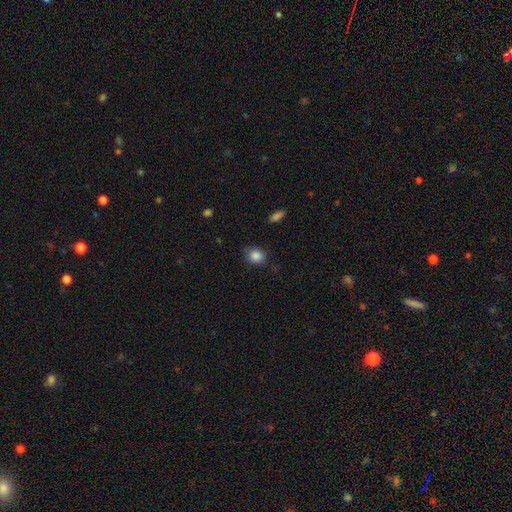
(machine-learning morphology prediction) A smooth galaxy with no disk features (86%) that is round (59%). Merging: none (78%).